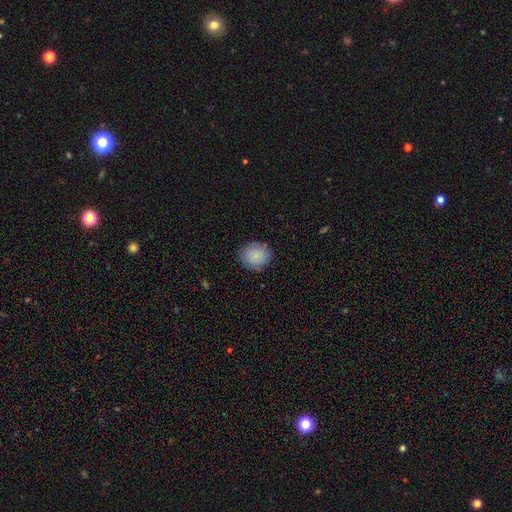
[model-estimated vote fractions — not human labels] smooth_or_featured: smooth (p=0.86) [alt: star or artifact p=0.07]
how_rounded: round (p=0.81) [alt: in between p=0.18]
merging: none (p=0.86) [alt: minor disturbance p=0.10]